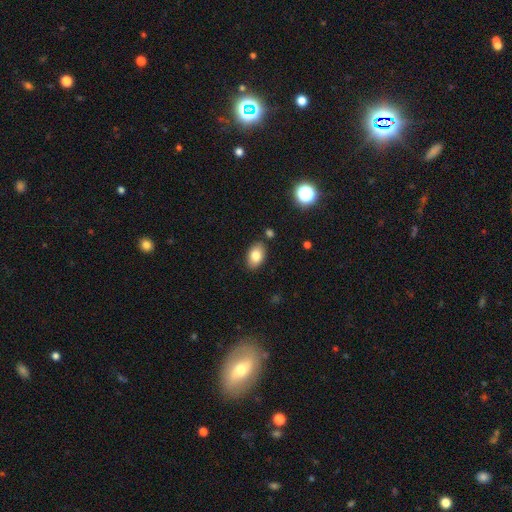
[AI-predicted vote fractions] smooth-or-featured: smooth: 82% | featured or disk: 10% | star or artifact: 8%
  how-rounded: in between: 89% | round: 9% | cigar-shaped: 1%
  merging: none: 84% | minor disturbance: 10% | merger: 3% | major disturbance: 2%